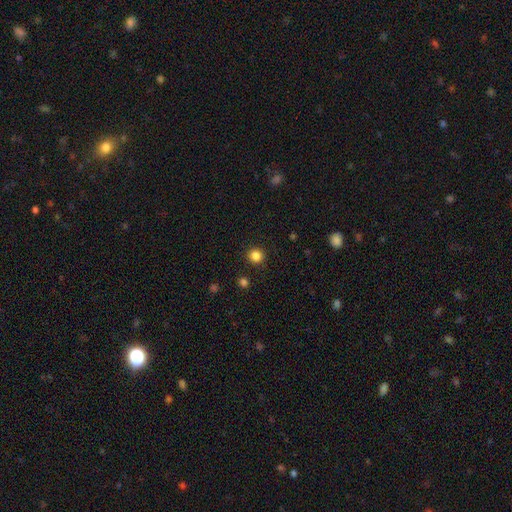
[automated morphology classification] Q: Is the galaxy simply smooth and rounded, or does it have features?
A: smooth — 84%.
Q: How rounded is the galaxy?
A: round — 92%.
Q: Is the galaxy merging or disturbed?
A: none — 91%.